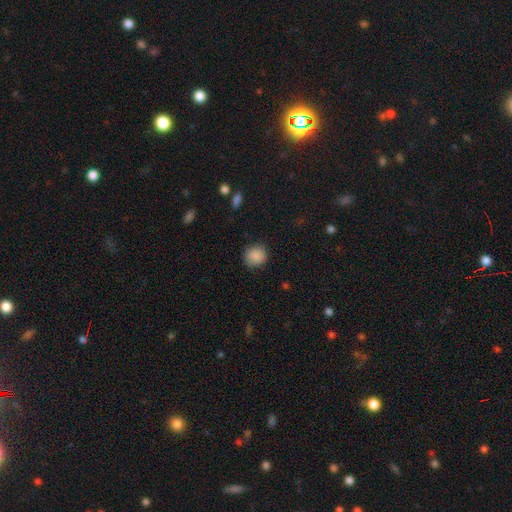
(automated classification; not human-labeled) This appears to be a smooth galaxy with no disk features (88%) that is round (88%). Merging: none (86%).